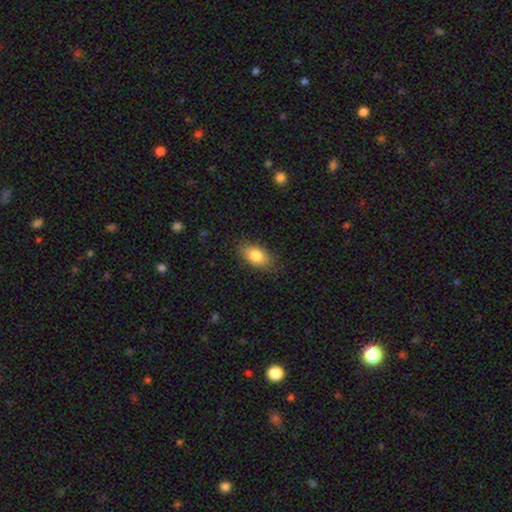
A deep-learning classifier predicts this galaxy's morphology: type=smooth (82%); roundness=in between (88%); merging=none (83%).